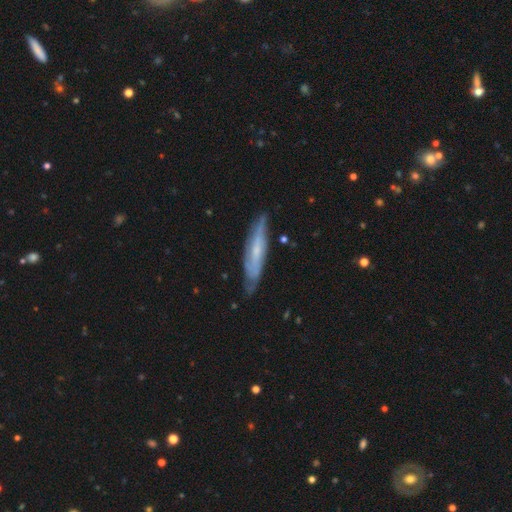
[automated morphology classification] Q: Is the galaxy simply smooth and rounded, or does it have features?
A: featured or disk — 56%.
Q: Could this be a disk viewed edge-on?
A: yes — 59%.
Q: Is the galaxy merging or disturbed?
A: none — 80%.